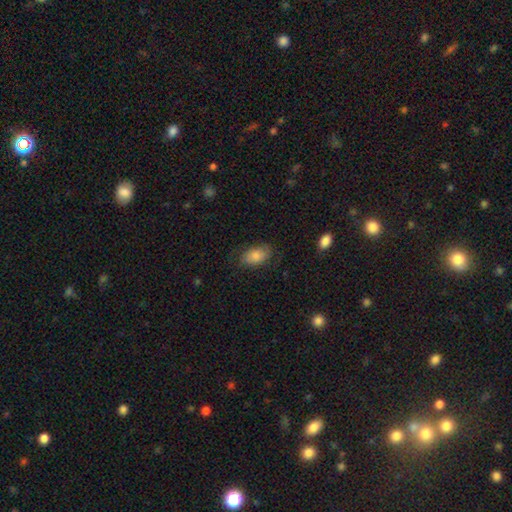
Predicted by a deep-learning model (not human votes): smooth 78%, featured or disk 14%, star or artifact 8%. Down the decision tree: how rounded — in between (92%); merging — none (76%).